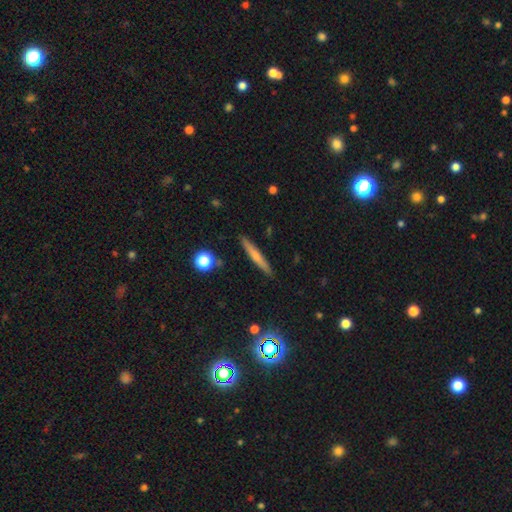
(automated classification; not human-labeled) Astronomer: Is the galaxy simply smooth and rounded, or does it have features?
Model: smooth — 58% (runner-up: featured or disk, 34%).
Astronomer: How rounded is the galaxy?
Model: cigar-shaped — 94%.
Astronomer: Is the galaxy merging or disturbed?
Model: none — 89%.